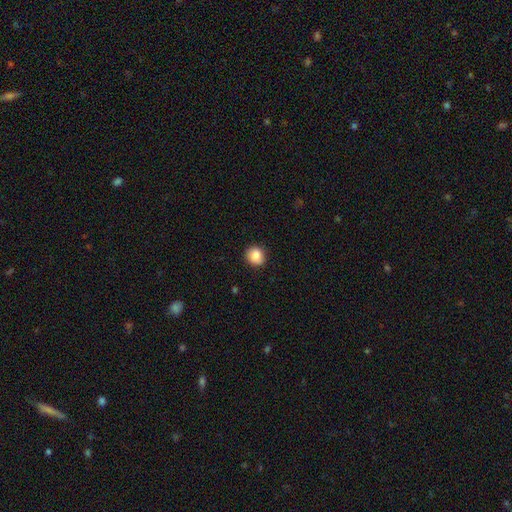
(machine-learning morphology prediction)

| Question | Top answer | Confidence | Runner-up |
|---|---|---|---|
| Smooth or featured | smooth | 86% | star or artifact (9%) |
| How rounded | round | 80% | in between (19%) |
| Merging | none | 88% | minor disturbance (9%) |